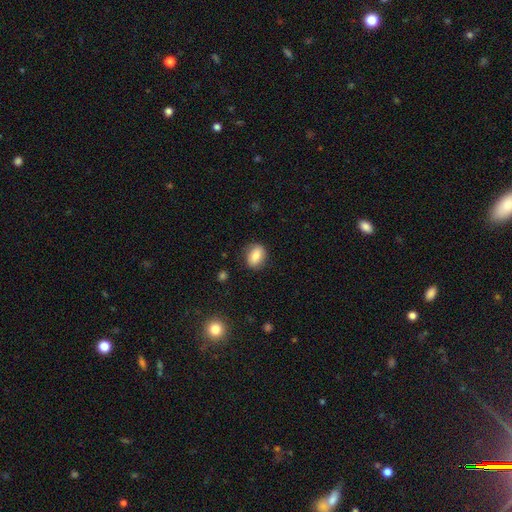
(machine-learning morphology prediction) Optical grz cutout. It shows a smooth galaxy with no disk features (80%) that is in between round and cigar-shaped (67%). Merging: none (81%).